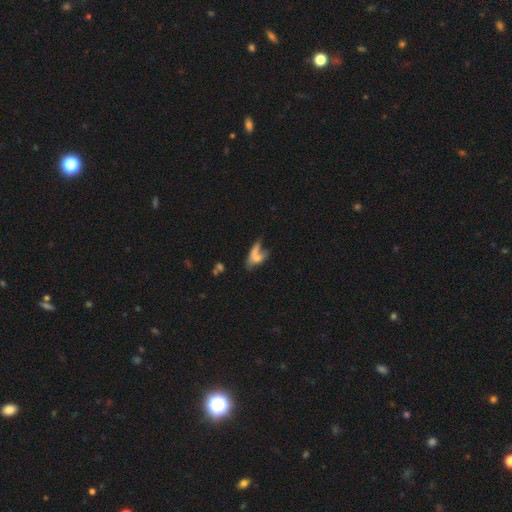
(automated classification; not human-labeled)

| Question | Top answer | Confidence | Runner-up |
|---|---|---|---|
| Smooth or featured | smooth | 55% | featured or disk (32%) |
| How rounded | in between | 70% | cigar-shaped (19%) |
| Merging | merger | 38% | major disturbance (25%) |